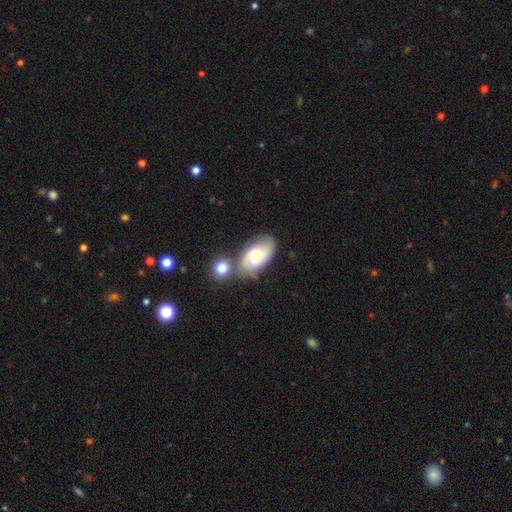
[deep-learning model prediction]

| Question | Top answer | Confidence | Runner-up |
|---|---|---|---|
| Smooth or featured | featured or disk | 51% | smooth (41%) |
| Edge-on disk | no | 95% | yes (5%) |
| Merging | none | 49% | merger (26%) |